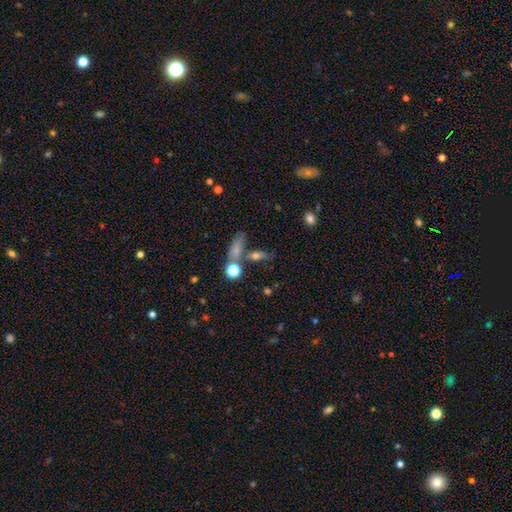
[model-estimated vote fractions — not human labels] Smooth or featured: smooth — 57% (featured or disk — 23%)
How rounded: in between — 43% (cigar-shaped — 33%)
Merging: none — 58% (merger — 21%)